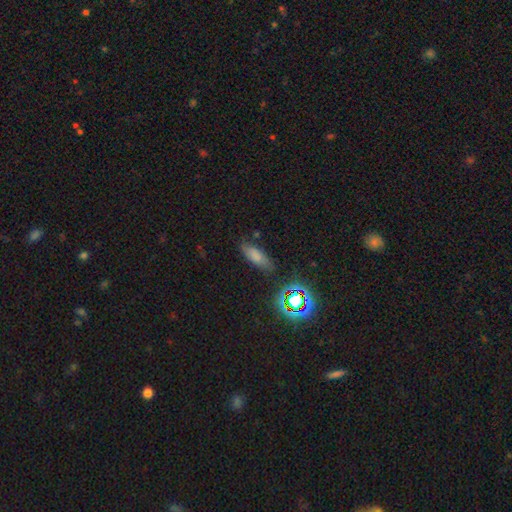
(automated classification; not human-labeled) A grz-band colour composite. It shows a smooth galaxy with no disk features (69%) that is in between round and cigar-shaped (66%). Merging: none (74%).